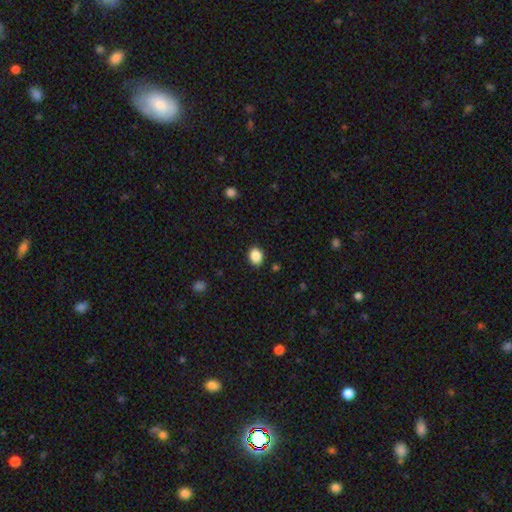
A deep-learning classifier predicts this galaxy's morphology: type=smooth (88%); roundness=in between (53%); merging=none (89%).